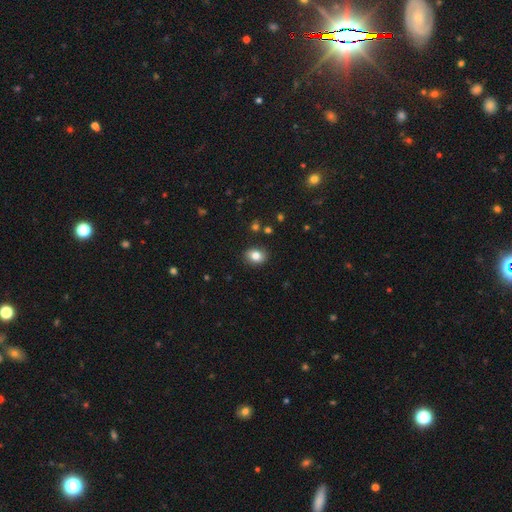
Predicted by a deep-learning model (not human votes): A smooth galaxy with no disk features (83%) that is in between round and cigar-shaped (64%).

Vote fractions:
- Smooth or featured? smooth: 83% / star or artifact: 9% / featured or disk: 7%
- How rounded? in between: 64% / round: 35% / cigar-shaped: 1%
- Merging? none: 88% / minor disturbance: 8% / major disturbance: 2% / merger: 2%